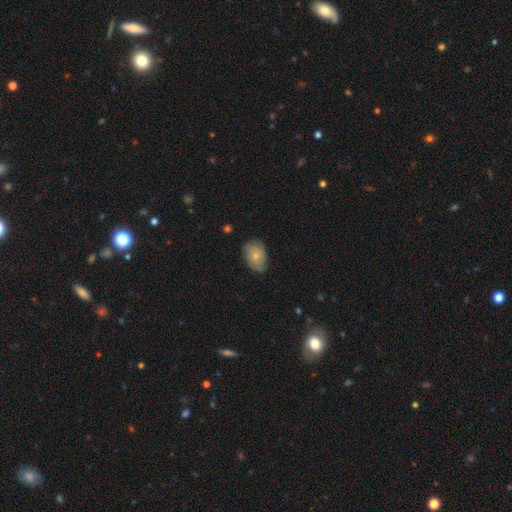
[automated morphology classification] type=smooth (68%); roundness=in between (82%); merging=none (68%).